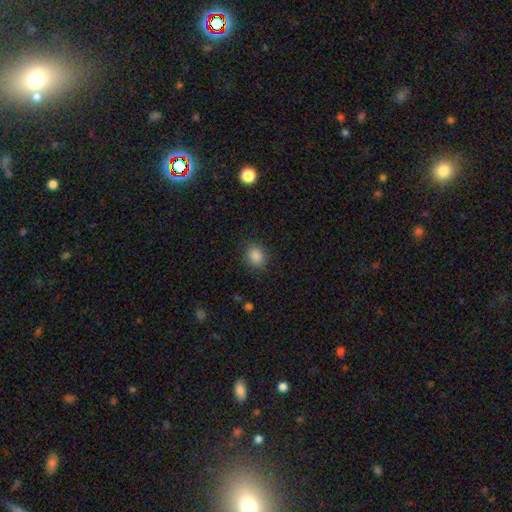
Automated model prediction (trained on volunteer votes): Smooth or featured? Predicted: smooth (p=0.86). How rounded? Predicted: round (p=0.64). Merging? Predicted: none (p=0.87).